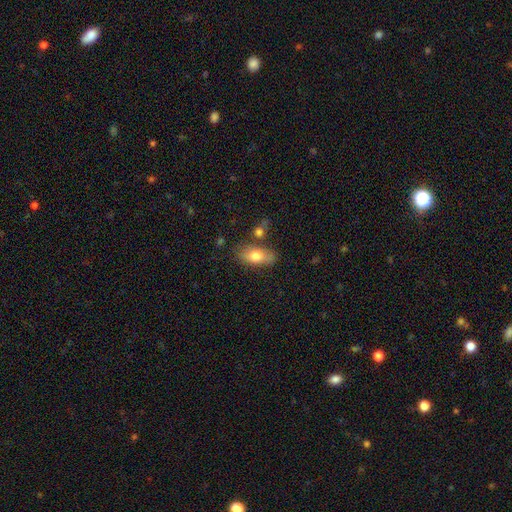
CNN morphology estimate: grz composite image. It shows a smooth galaxy with no disk features (72%) that is in between round and cigar-shaped (83%). Merging: none (72%).